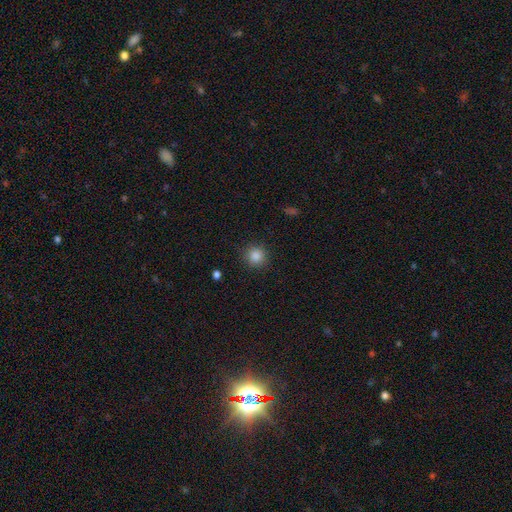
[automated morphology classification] Smooth or featured: smooth — 85% (star or artifact — 11%)
How rounded: round — 93% (in between — 6%)
Merging: none — 89% (minor disturbance — 7%)